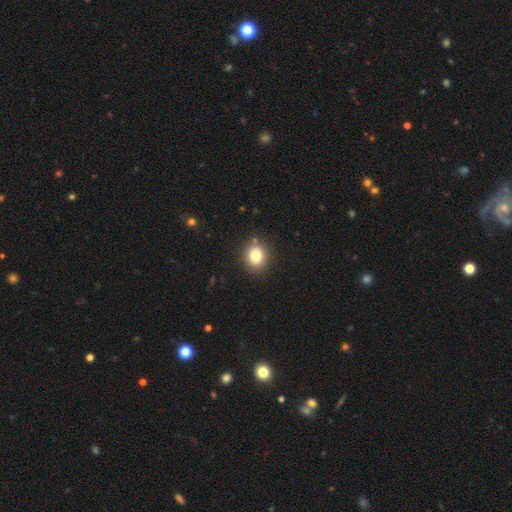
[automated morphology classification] This is clearly a smooth galaxy (84%). How rounded: likely round (72%). Merging: clearly none (85%).